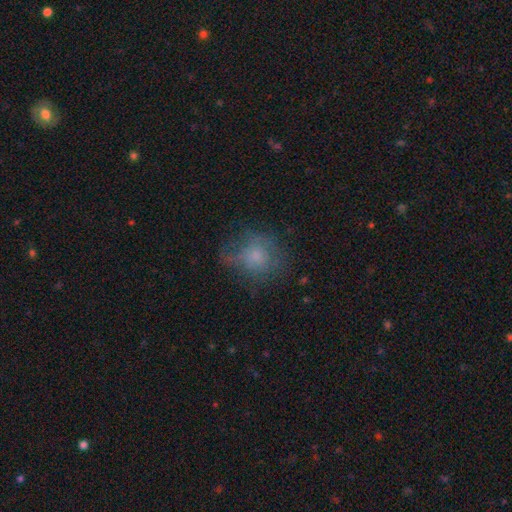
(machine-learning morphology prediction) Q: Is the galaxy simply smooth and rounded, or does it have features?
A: smooth — 62%.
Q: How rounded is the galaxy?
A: round — 73%.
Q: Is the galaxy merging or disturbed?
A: none — 51%.